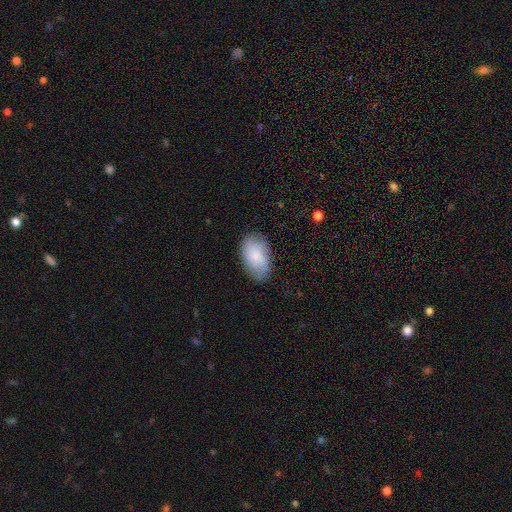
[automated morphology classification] This is likely a smooth galaxy (76%). How rounded: clearly in between (94%). Merging: likely none (80%).